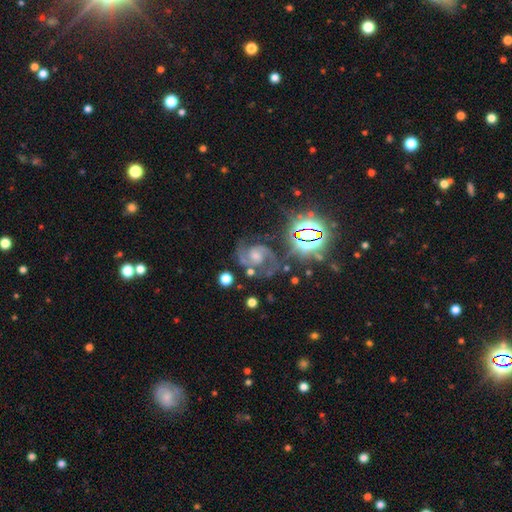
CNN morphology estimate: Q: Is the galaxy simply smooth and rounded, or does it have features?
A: featured or disk — 72%.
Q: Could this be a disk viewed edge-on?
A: no — 97%.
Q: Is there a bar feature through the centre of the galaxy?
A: no — 48%.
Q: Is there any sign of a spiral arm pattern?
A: yes — 97%.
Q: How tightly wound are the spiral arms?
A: medium — 54%.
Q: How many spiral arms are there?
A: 2 — 82%.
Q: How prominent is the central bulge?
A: moderate — 45%.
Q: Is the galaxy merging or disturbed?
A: none — 68%.